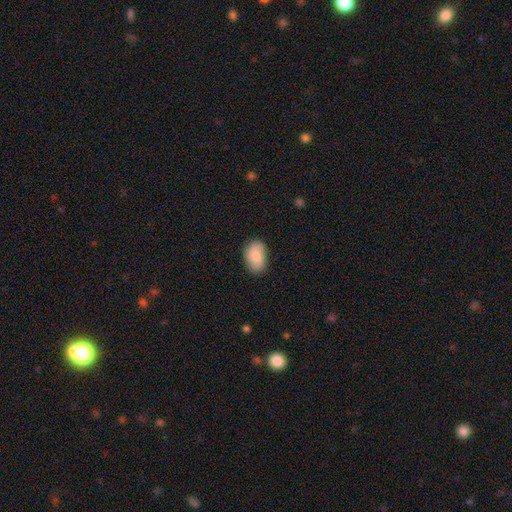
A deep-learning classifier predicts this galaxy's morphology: type=smooth (85%); roundness=in between (89%); merging=none (78%).